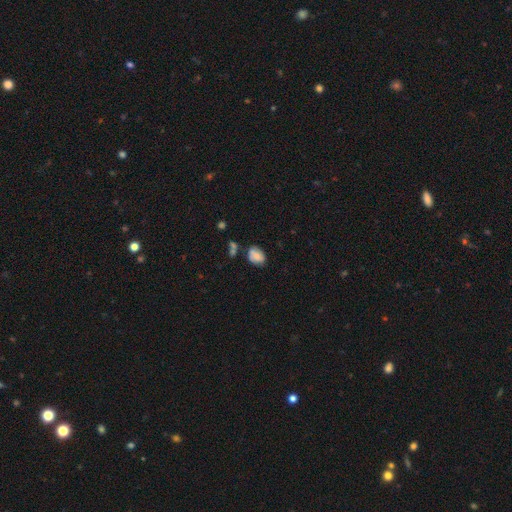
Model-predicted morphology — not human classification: Overall: smooth (72%). How rounded: in between (73%). Merging: none (54%; minor disturbance 25%).